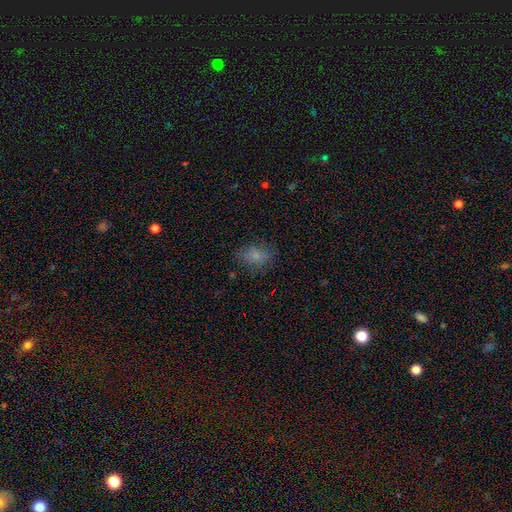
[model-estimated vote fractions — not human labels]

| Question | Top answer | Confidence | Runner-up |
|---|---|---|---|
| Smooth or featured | smooth | 73% | featured or disk (14%) |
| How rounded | in between | 76% | round (21%) |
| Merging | none | 68% | minor disturbance (21%) |